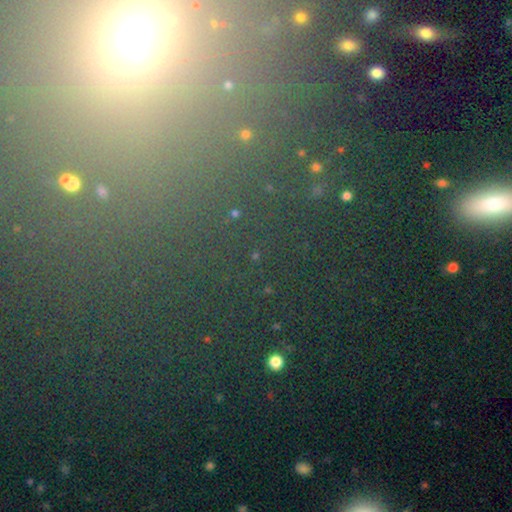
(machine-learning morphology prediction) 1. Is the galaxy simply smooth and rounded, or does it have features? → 68% star or artifact, 21% smooth, 11% featured or disk.